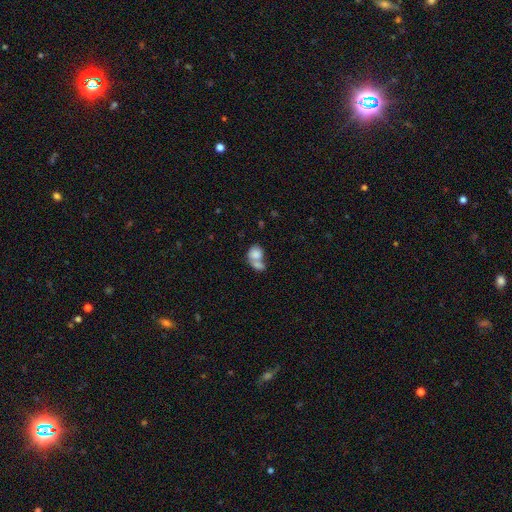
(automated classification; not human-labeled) A smooth galaxy with no disk features (79%) that is in between round and cigar-shaped (50%). Merging: merger (68%).